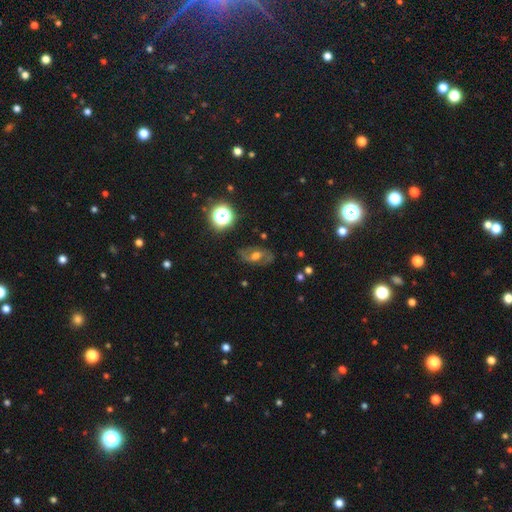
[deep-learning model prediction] Morphology: type=featured or disk (64%); edge-on=no (93%); bar=no (44%); spiral arms=yes (79%); bulge=moderate (52%); merging=none (77%).